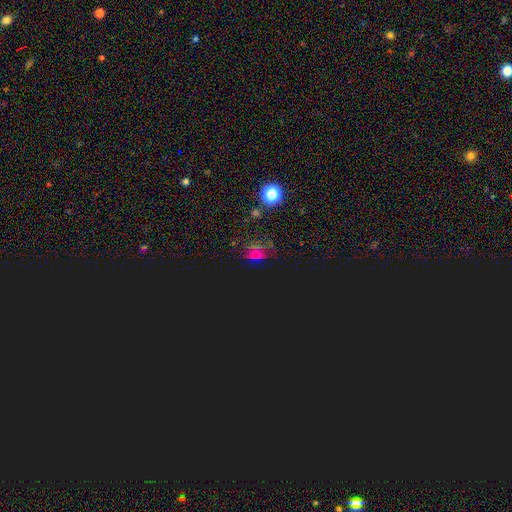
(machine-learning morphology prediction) A star or artifact, not a galaxy (68%).

Vote fractions:
- Smooth or featured? star or artifact: 68% / smooth: 22% / featured or disk: 11%